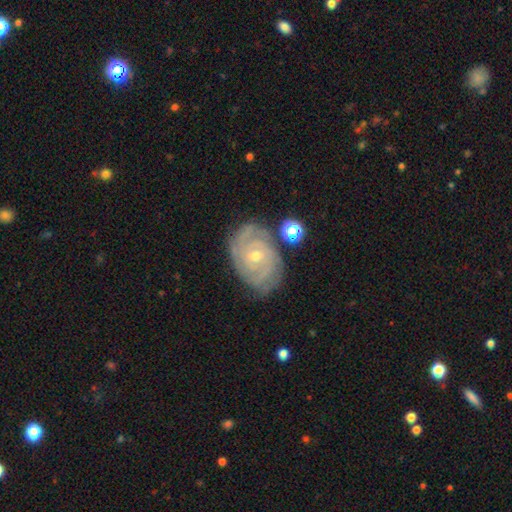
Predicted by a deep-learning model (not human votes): Smooth or featured: featured or disk — 88% (smooth — 6%)
Edge-on disk: no — 97% (yes — 3%)
Bar: no — 65% (weak — 28%)
Spiral arms: yes — 97% (no — 3%)
Spiral winding: tight — 81% (medium — 17%)
Spiral arm count: 3 — 27% (2 — 25%)
Bulge size: small — 65% (moderate — 32%)
Merging: none — 76% (minor disturbance — 16%)